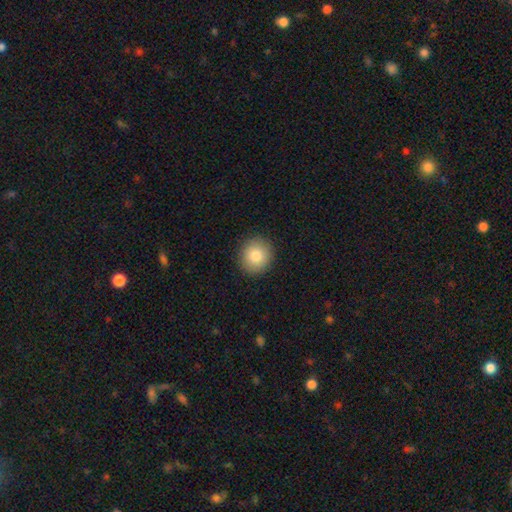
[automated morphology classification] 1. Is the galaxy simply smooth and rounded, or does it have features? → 82% smooth, 9% star or artifact, 9% featured or disk.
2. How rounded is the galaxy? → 86% round, 13% in between, 1% cigar-shaped.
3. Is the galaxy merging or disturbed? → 91% none, 6% minor disturbance, 2% major disturbance, 1% merger.